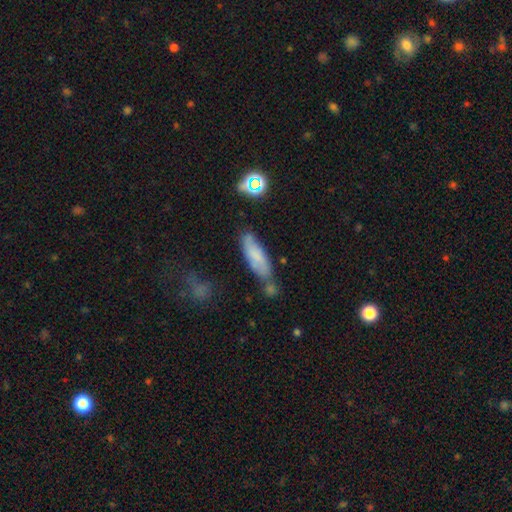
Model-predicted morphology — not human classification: type=smooth (68%); roundness=cigar-shaped (53%); merging=none (59%).